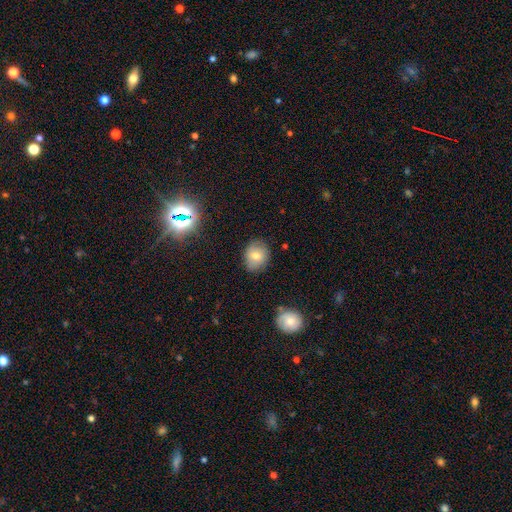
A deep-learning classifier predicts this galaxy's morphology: Smooth or featured?
  - smooth: 66% *
  - featured or disk: 21%
  - star or artifact: 12%
How rounded?
  - round: 66% *
  - in between: 33%
  - cigar-shaped: 1%
Merging?
  - none: 79% *
  - minor disturbance: 16%
  - major disturbance: 4%
  - merger: 1%